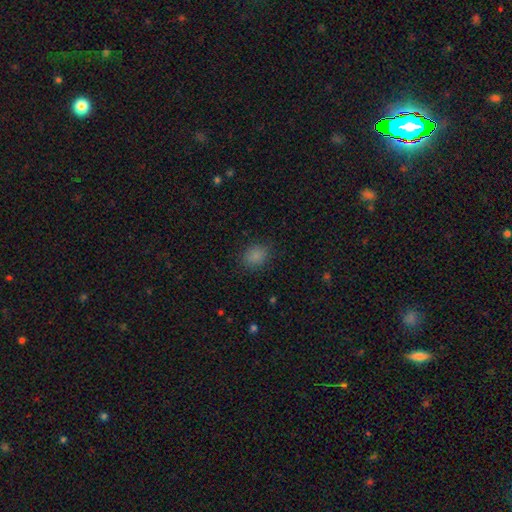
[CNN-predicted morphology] Smooth or featured?
  - smooth: 84% *
  - star or artifact: 12%
  - featured or disk: 4%
How rounded?
  - in between: 53% *
  - round: 46%
  - cigar-shaped: 1%
Merging?
  - none: 85% *
  - minor disturbance: 10%
  - major disturbance: 3%
  - merger: 1%